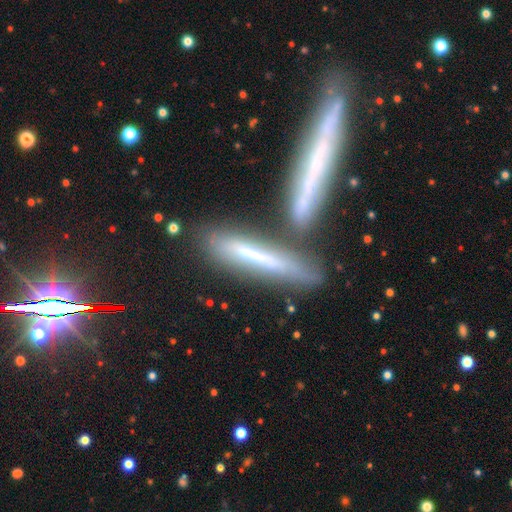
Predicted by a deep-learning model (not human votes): A featured or disk galaxy (49%). Merging: none (53%).